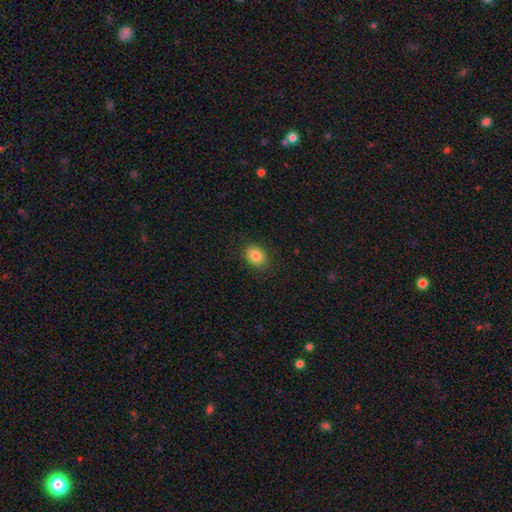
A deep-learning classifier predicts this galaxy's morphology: smooth 85%, star or artifact 9%, featured or disk 6%. Down the decision tree: how rounded — in between (54%); merging — none (88%).